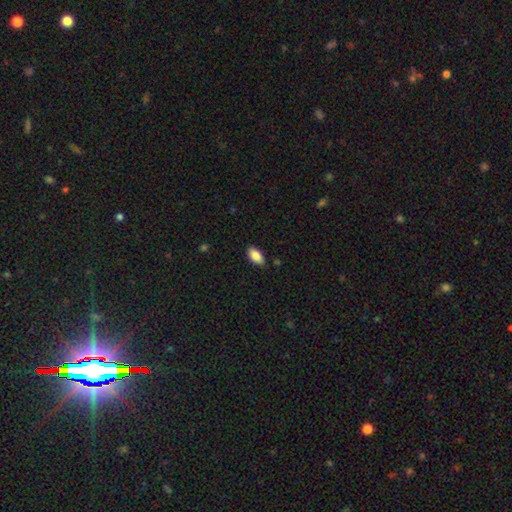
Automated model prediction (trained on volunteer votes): smooth_or_featured: smooth (p=0.86) [alt: star or artifact p=0.07]
how_rounded: in between (p=0.93) [alt: cigar-shaped p=0.05]
merging: none (p=0.85) [alt: minor disturbance p=0.11]